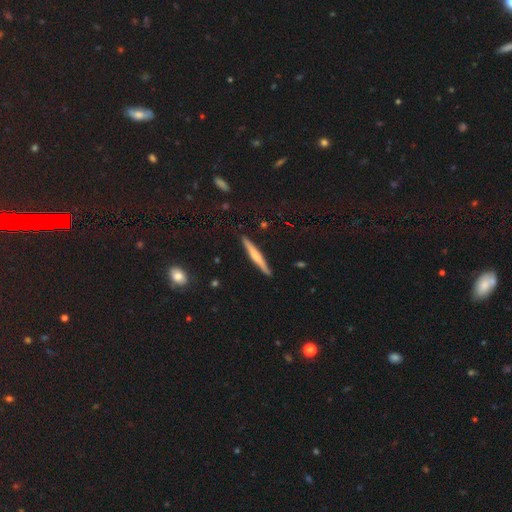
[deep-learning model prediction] Smooth or featured: featured or disk — 54% (smooth — 39%)
Edge-on disk: yes — 97% (no — 3%)
Edge-on bulge: rounded — 54% (none — 30%)
Merging: none — 91% (minor disturbance — 7%)